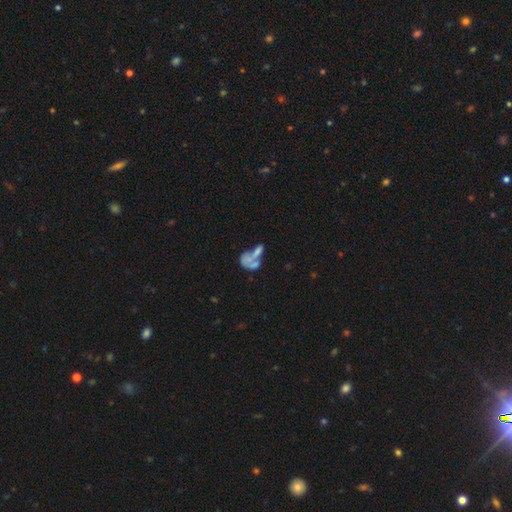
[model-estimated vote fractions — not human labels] Q: Smooth or featured?
A: featured or disk (46%); runner-up: smooth (40%)
Q: Merging?
A: merger (54%); runner-up: major disturbance (18%)